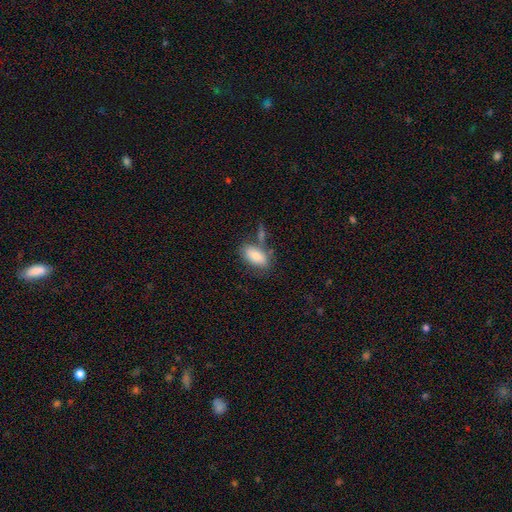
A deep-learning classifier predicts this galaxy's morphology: Smooth or featured: smooth — 79% (featured or disk — 14%)
How rounded: in between — 92% (cigar-shaped — 4%)
Merging: none — 62% (minor disturbance — 17%)